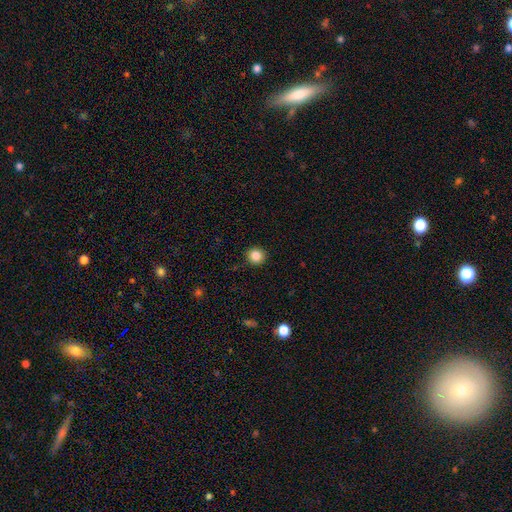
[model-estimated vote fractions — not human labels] Morphology: type=smooth (85%); roundness=round (91%); merging=none (91%).